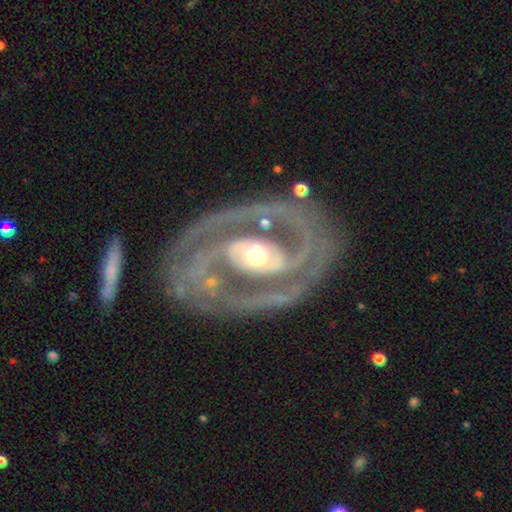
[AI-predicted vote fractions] This is clearly a featured or disk galaxy (91%). It is clearly not viewed edge-on (96%). Bar: marginally no (40%). Spiral arm pattern: clearly yes (91%). Spiral arm count: likely 2 (73%). Spiral winding: marginally medium (44%). Central bulge: likely moderate (68%). Merging: likely none (69%).